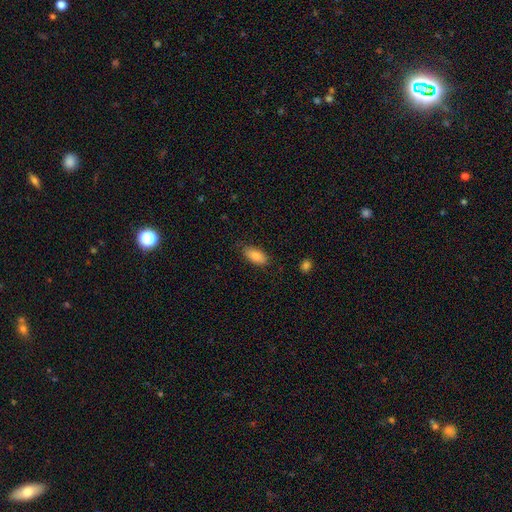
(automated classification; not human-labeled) A smooth galaxy with no disk features (84%) that is in between round and cigar-shaped (90%).

Vote fractions:
- Smooth or featured? smooth: 84% / featured or disk: 9% / star or artifact: 7%
- How rounded? in between: 90% / cigar-shaped: 8% / round: 2%
- Merging? none: 83% / minor disturbance: 13% / major disturbance: 3% / merger: 1%